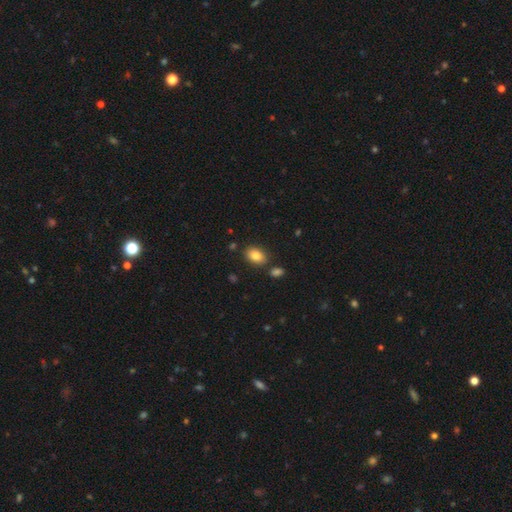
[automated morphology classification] Smooth or featured: smooth — 84% (star or artifact — 9%)
How rounded: in between — 79% (round — 20%)
Merging: none — 80% (minor disturbance — 10%)